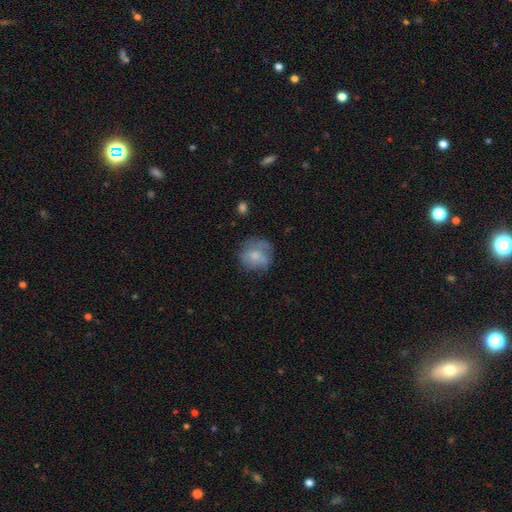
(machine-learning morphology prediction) type=smooth (64%); roundness=round (83%); merging=none (59%).